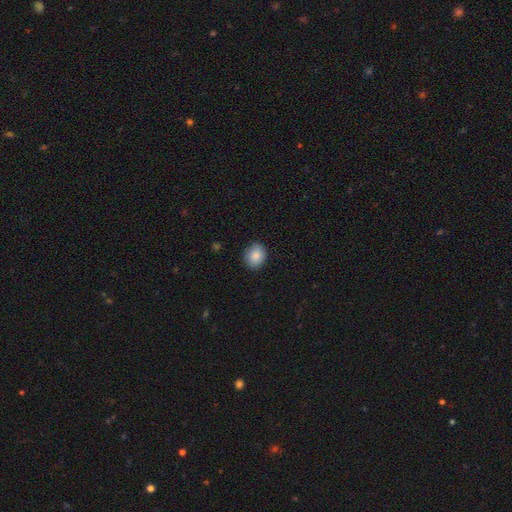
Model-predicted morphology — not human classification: smooth-or-featured: smooth: 87% | star or artifact: 8% | featured or disk: 5%
  how-rounded: round: 56% | in between: 43% | cigar-shaped: 1%
  merging: none: 87% | minor disturbance: 10% | major disturbance: 2% | merger: 1%